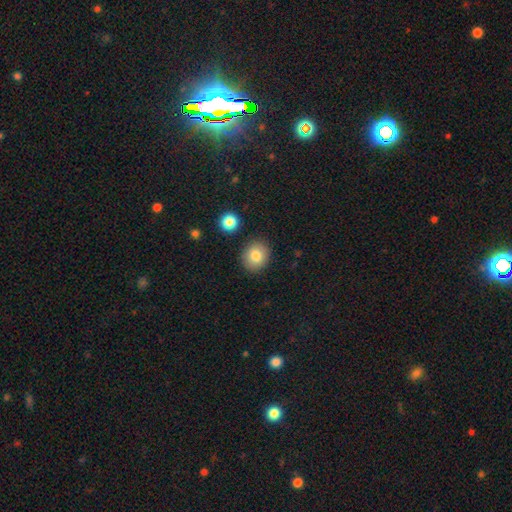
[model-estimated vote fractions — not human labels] Morphology: type=smooth (81%); roundness=round (76%); merging=none (88%).